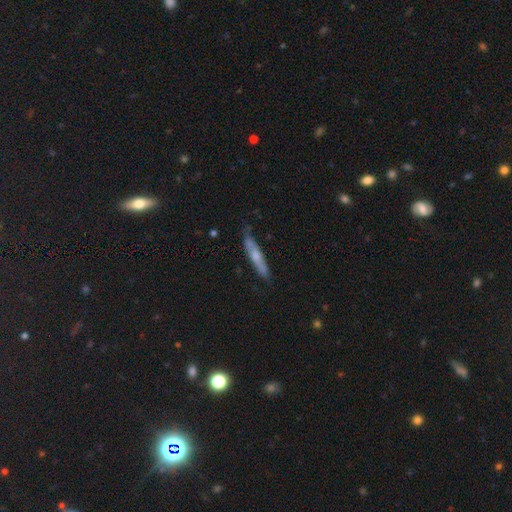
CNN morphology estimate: Smooth or featured?
  - smooth: 49% *
  - featured or disk: 45%
  - star or artifact: 6%
Merging?
  - none: 75% *
  - minor disturbance: 20%
  - major disturbance: 3%
  - merger: 2%